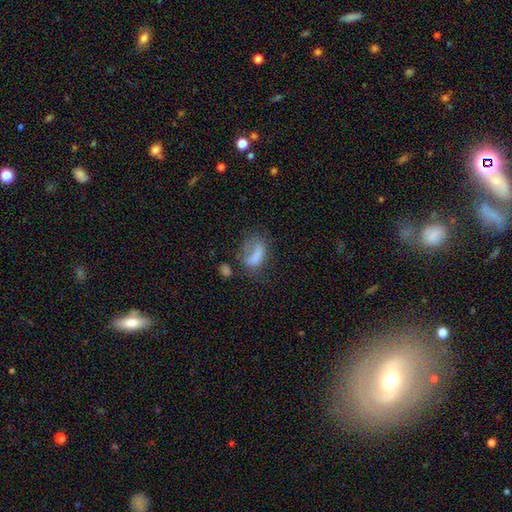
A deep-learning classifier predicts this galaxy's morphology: This appears to be a smooth galaxy with no disk features (68%) that is in between round and cigar-shaped (81%). Merging: major disturbance (37%).